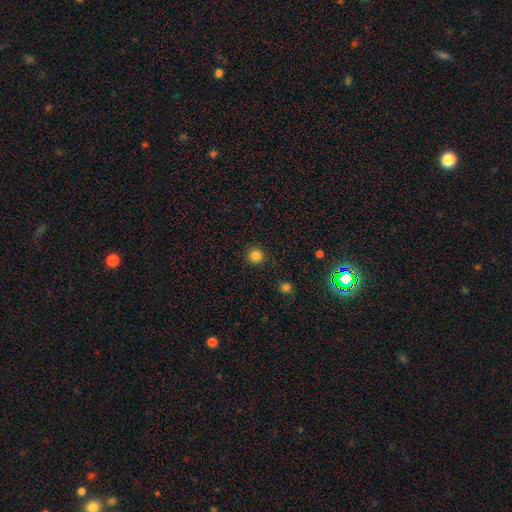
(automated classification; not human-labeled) Smooth or featured? Predicted: smooth (p=0.84). How rounded? Predicted: round (p=0.96). Merging? Predicted: none (p=0.91).